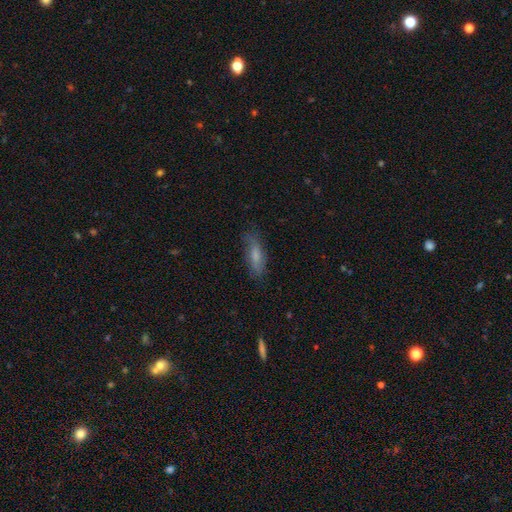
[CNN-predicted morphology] This is likely a smooth galaxy (68%). How rounded: possibly in between (51%). Merging: likely none (73%).